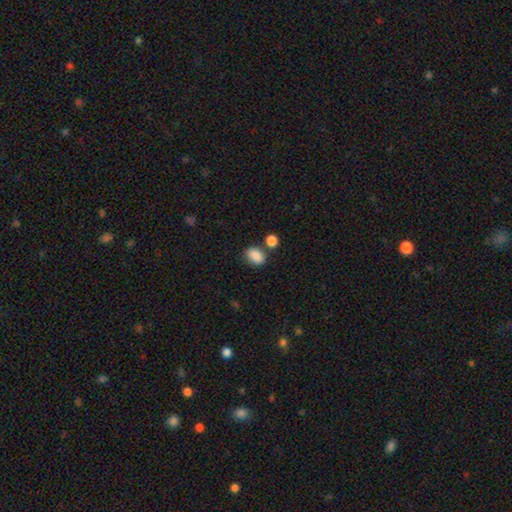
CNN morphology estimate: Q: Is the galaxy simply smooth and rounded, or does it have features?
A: smooth — 87%.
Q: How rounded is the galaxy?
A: in between — 75%.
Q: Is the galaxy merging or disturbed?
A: none — 67%.